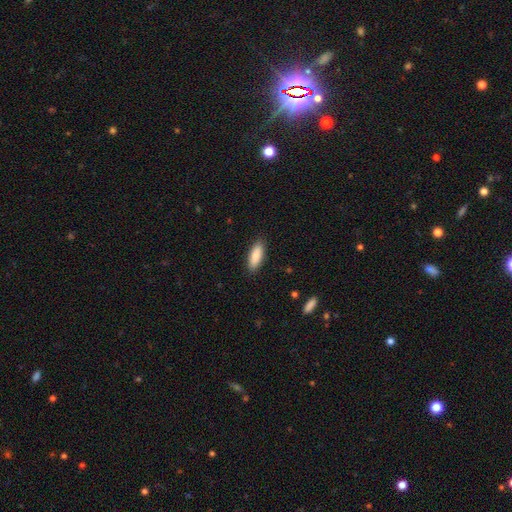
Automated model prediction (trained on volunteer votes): Smooth or featured: smooth — 87% (featured or disk — 7%)
How rounded: in between — 69% (cigar-shaped — 30%)
Merging: none — 88% (minor disturbance — 9%)